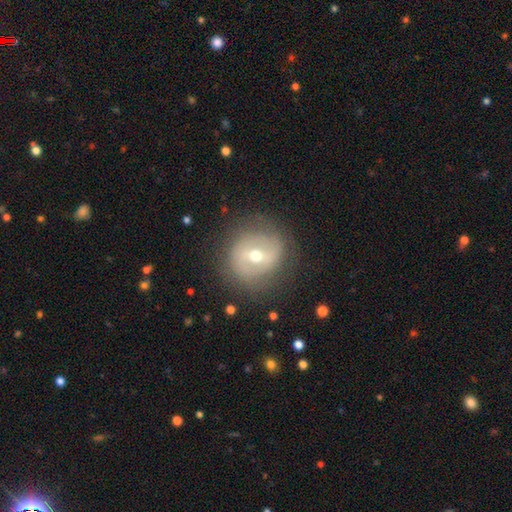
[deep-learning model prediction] smooth-or-featured: featured or disk: 59% | smooth: 31% | star or artifact: 9%
  disk-edge-on: no: 95% | yes: 5%
    bar: weak: 44% | strong: 29% | no: 27%
    has-spiral-arms: yes: 53% | no: 47%
    bulge-size: moderate: 58% | small: 38% | large: 3% | dominant: 1% | none: 1%
  merging: none: 79% | minor disturbance: 13% | major disturbance: 7% | merger: 1%